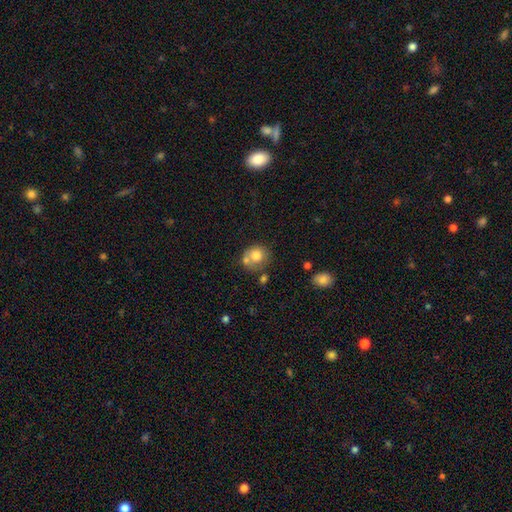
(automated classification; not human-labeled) smooth_or_featured: smooth (p=0.74) [alt: featured or disk p=0.17]
how_rounded: round (p=0.76) [alt: in between p=0.23]
merging: none (p=0.46) [alt: merger p=0.31]